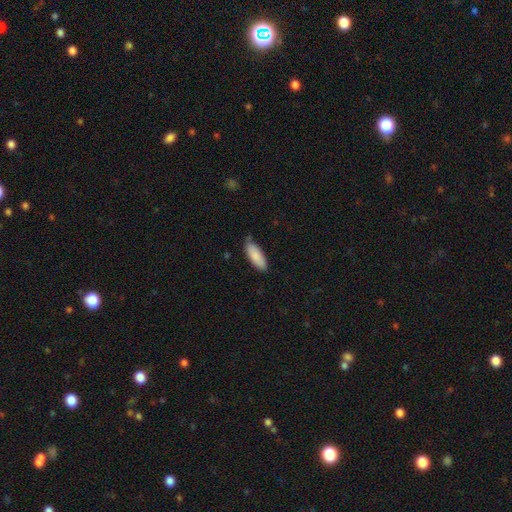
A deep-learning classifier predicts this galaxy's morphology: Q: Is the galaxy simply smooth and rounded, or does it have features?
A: smooth — 87%.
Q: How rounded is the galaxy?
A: in between — 69%.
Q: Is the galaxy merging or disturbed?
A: none — 74%.